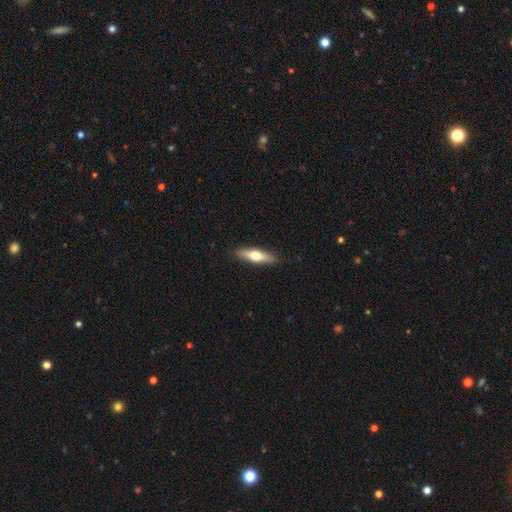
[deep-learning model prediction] smooth-or-featured: smooth: 57% | featured or disk: 37% | star or artifact: 6%
  how-rounded: cigar-shaped: 66% | in between: 31% | round: 2%
  merging: none: 89% | minor disturbance: 8% | major disturbance: 2% | merger: 1%